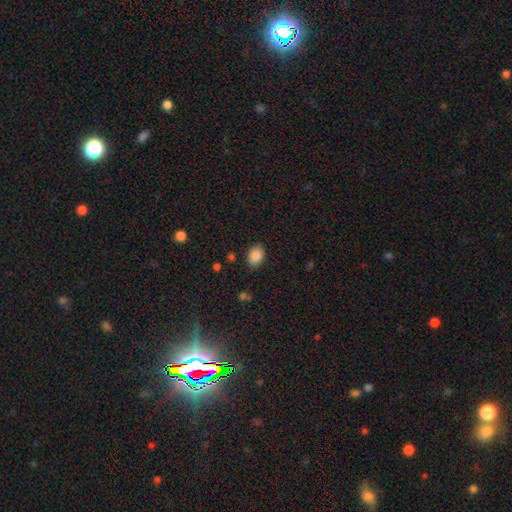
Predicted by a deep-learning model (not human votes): smooth_or_featured: smooth (p=0.88) [alt: star or artifact p=0.08]
how_rounded: in between (p=0.79) [alt: round p=0.20]
merging: none (p=0.85) [alt: minor disturbance p=0.11]